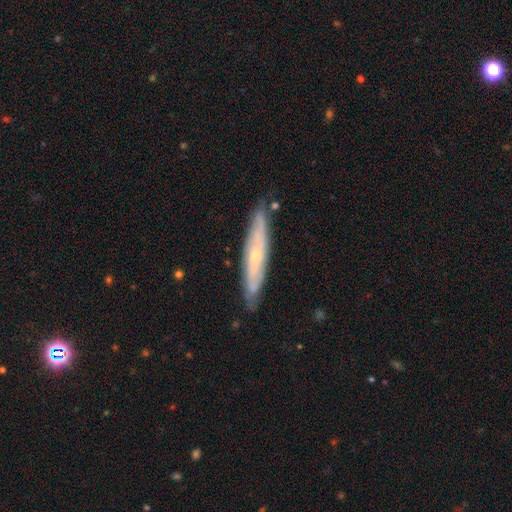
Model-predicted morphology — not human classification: A featured or disk galaxy (66%) viewed edge-on (64%).

Vote fractions:
- Smooth or featured? featured or disk: 66% / smooth: 28% / star or artifact: 6%
- Edge-on disk? yes: 64% / no: 36%
- Merging? none: 82% / minor disturbance: 14% / major disturbance: 2% / merger: 2%